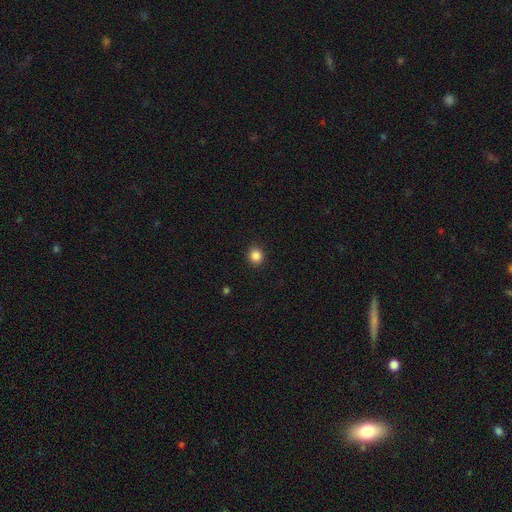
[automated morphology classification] This appears to be a smooth galaxy with no disk features (86%) that is round (87%). Merging: none (92%).